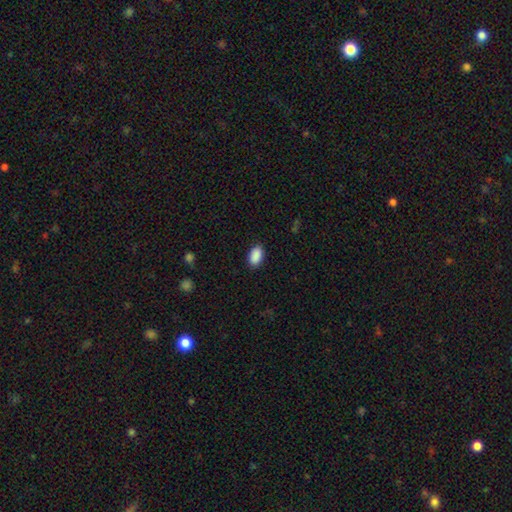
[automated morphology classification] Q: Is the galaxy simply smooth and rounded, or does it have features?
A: smooth — 90%.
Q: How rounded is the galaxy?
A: in between — 93%.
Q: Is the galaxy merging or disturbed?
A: none — 88%.